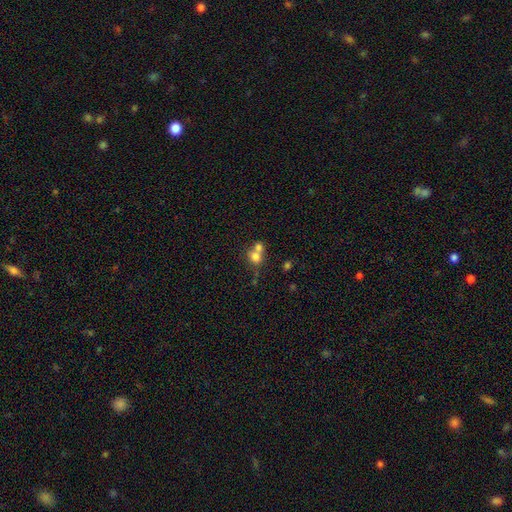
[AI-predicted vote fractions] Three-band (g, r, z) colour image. It shows a smooth galaxy with no disk features (75%) that is round (70%). Merging: merger (58%).